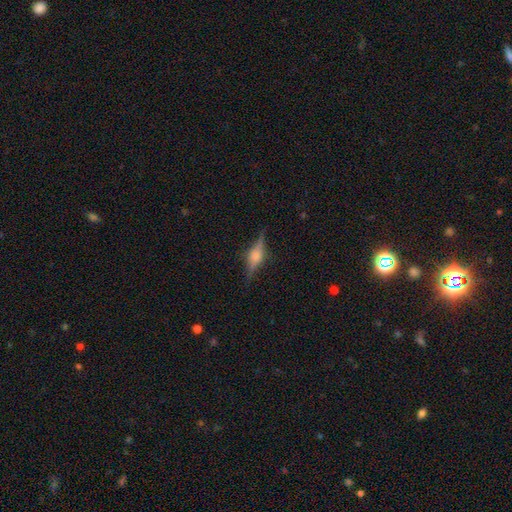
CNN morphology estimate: The model was most divided on "smooth or featured": featured or disk: 72%, smooth: 19%, star or artifact: 9%. More confident: edge-on disk — yes (97%); merging — none (84%); edge-on bulge — rounded (84%).